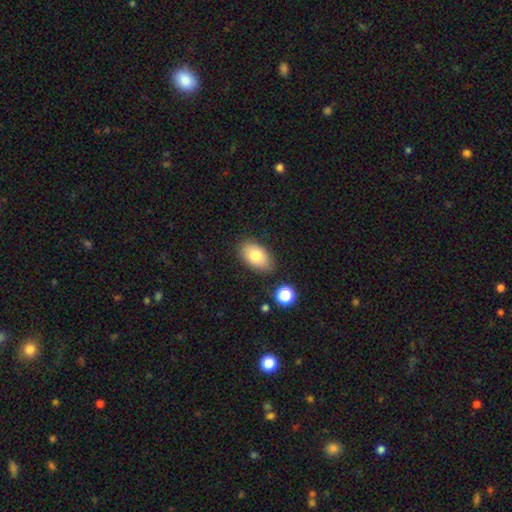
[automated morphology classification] Smooth or featured? smooth (80%)
How rounded? in between (91%)
Merging? none (83%)